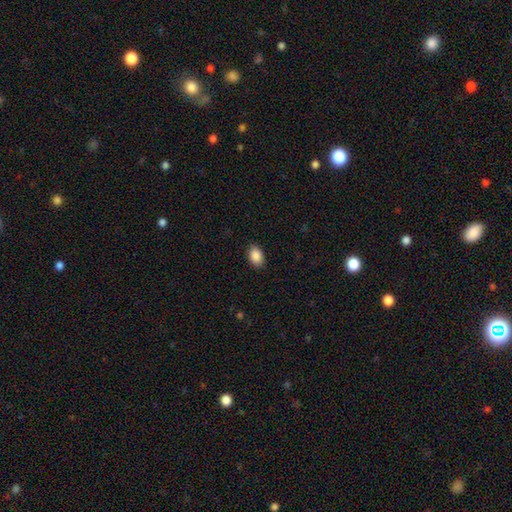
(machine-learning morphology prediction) Smooth or featured: smooth — 89% (star or artifact — 8%)
How rounded: in between — 88% (round — 11%)
Merging: none — 89% (minor disturbance — 8%)